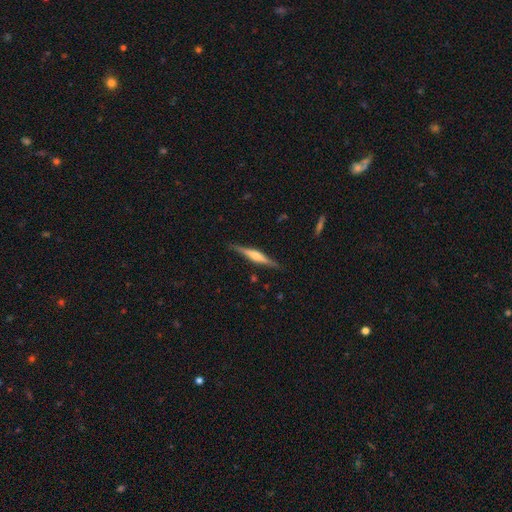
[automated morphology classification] A featured or disk galaxy (66%) viewed edge-on (97%) with a rounded central bulge (69%).

Vote fractions:
- Smooth or featured? featured or disk: 66% / smooth: 29% / star or artifact: 6%
- Edge-on disk? yes: 97% / no: 3%
- Edge-on bulge? rounded: 69% / boxy: 21% / none: 10%
- Merging? none: 88% / minor disturbance: 9% / major disturbance: 2% / merger: 1%